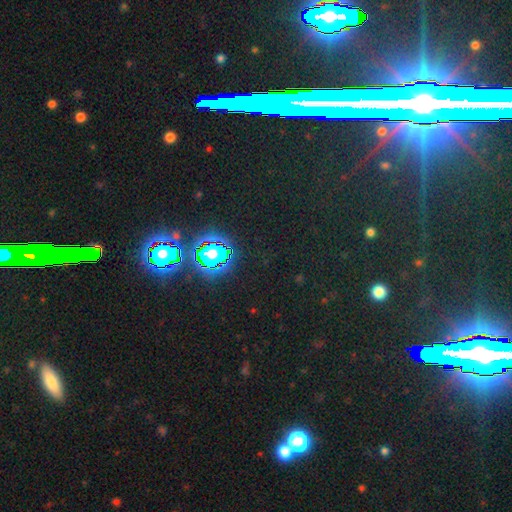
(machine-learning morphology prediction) The model was most divided on "smooth or featured": star or artifact: 79%, smooth: 12%, featured or disk: 9%.